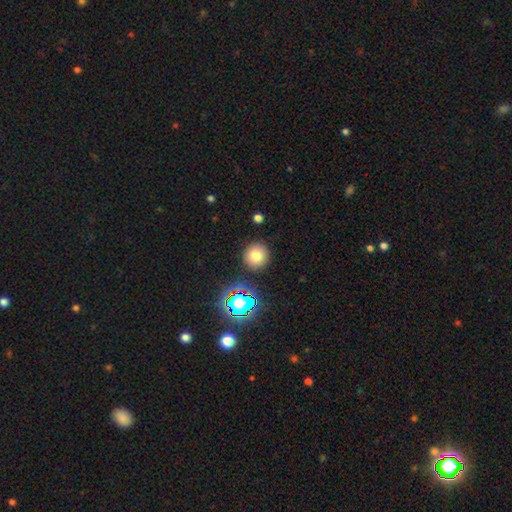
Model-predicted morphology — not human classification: Smooth or featured?
  - smooth: 74% *
  - star or artifact: 16%
  - featured or disk: 10%
How rounded?
  - round: 92% *
  - in between: 7%
  - cigar-shaped: 1%
Merging?
  - none: 88% *
  - minor disturbance: 7%
  - merger: 2%
  - major disturbance: 2%